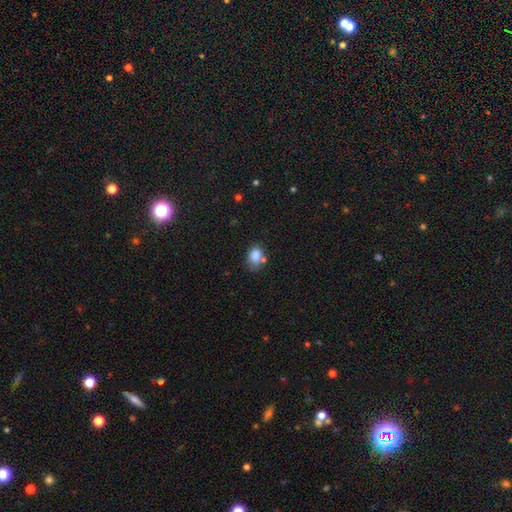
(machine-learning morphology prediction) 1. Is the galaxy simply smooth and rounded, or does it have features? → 82% smooth, 10% star or artifact, 8% featured or disk.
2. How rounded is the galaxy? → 68% in between, 31% round, 1% cigar-shaped.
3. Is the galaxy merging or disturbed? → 49% none, 23% minor disturbance, 20% merger, 8% major disturbance.